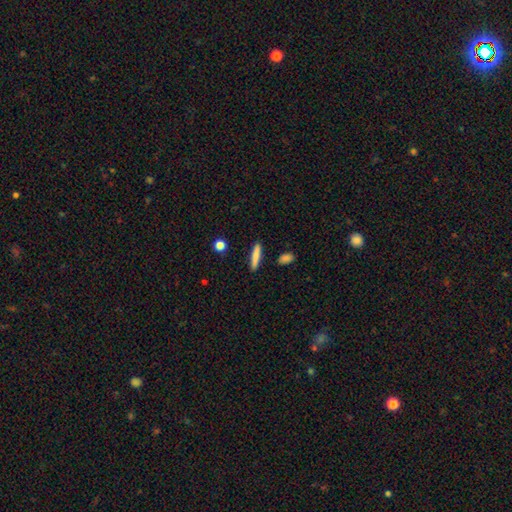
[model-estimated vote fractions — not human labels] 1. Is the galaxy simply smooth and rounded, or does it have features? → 80% smooth, 14% featured or disk, 6% star or artifact.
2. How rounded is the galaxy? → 89% cigar-shaped, 9% in between, 2% round.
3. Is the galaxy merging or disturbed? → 89% none, 7% minor disturbance, 2% merger, 2% major disturbance.